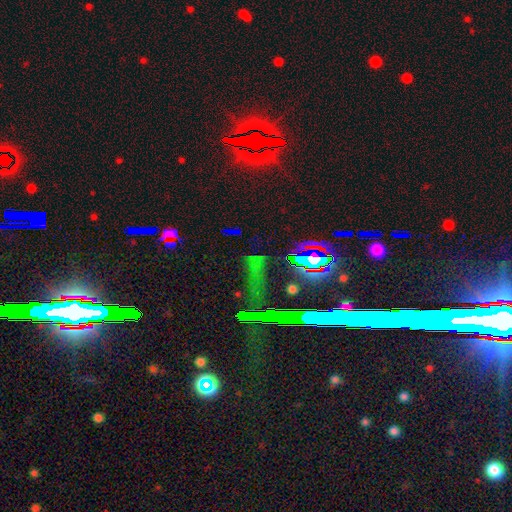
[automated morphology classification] Smooth or featured? star or artifact (80%)